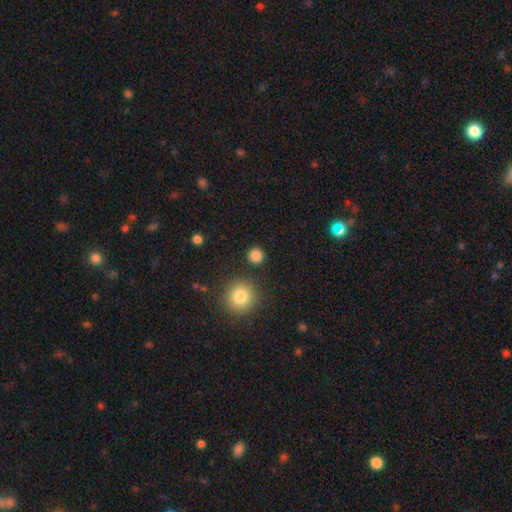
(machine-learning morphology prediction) Q: Smooth or featured?
A: smooth (85%); runner-up: star or artifact (12%)
Q: How rounded?
A: round (94%); runner-up: in between (5%)
Q: Merging?
A: none (89%); runner-up: minor disturbance (6%)